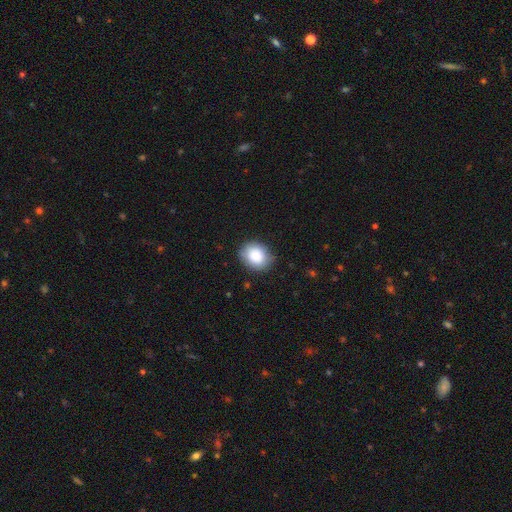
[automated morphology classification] type=smooth (85%); roundness=round (60%); merging=none (82%).